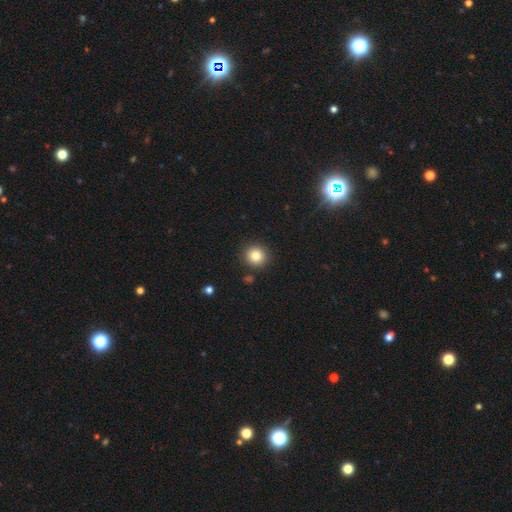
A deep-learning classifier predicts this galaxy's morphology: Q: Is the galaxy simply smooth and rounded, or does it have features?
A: smooth — 83%.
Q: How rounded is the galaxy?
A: round — 90%.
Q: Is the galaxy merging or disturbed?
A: none — 88%.